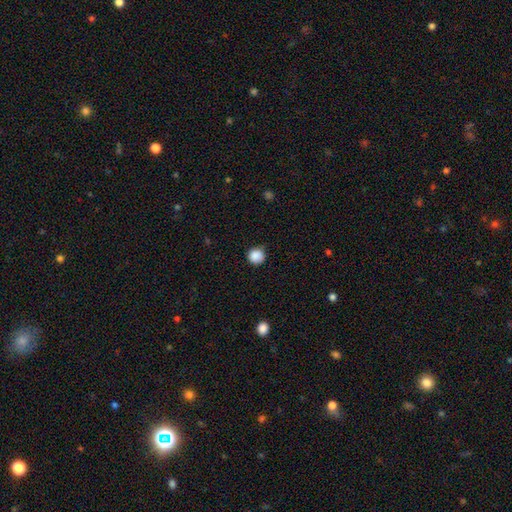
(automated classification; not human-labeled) Q: Smooth or featured?
A: smooth (87%); runner-up: star or artifact (10%)
Q: How rounded?
A: round (92%); runner-up: in between (7%)
Q: Merging?
A: none (80%); runner-up: minor disturbance (16%)